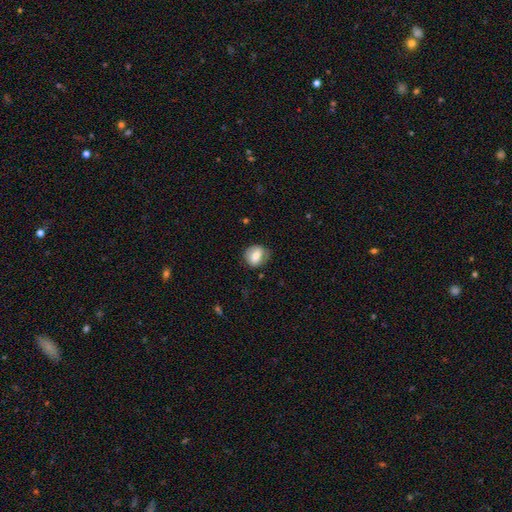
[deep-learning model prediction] Smooth or featured? smooth (67%)
How rounded? round (60%)
Merging? none (71%)